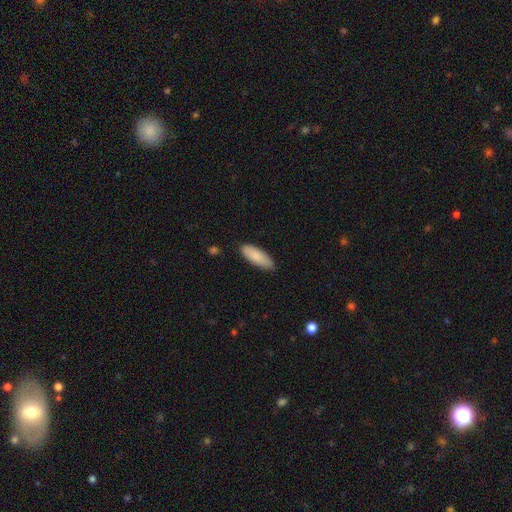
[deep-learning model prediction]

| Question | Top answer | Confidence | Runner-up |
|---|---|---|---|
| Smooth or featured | smooth | 87% | featured or disk (8%) |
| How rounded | in between | 68% | cigar-shaped (31%) |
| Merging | none | 84% | minor disturbance (13%) |